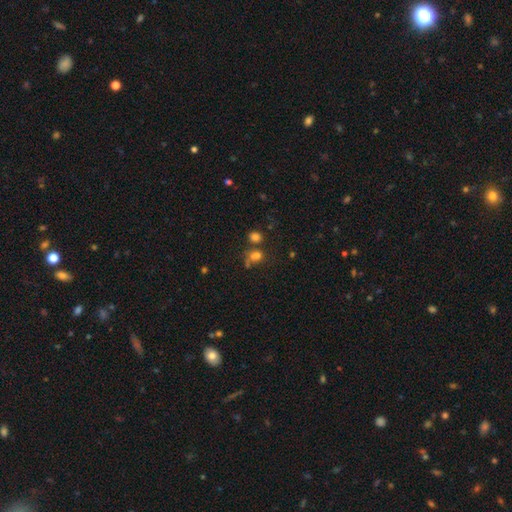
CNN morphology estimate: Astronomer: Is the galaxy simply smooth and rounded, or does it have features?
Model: smooth — 66%.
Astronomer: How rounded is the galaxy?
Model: round — 65%.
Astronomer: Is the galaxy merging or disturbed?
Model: none — 45% (runner-up: merger, 32%).